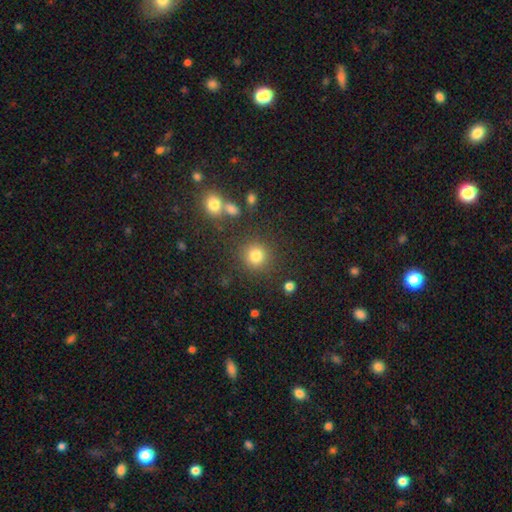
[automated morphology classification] The model was most divided on "smooth or featured": smooth: 81%, star or artifact: 14%, featured or disk: 6%. More confident: how rounded — round (91%); merging — none (83%).